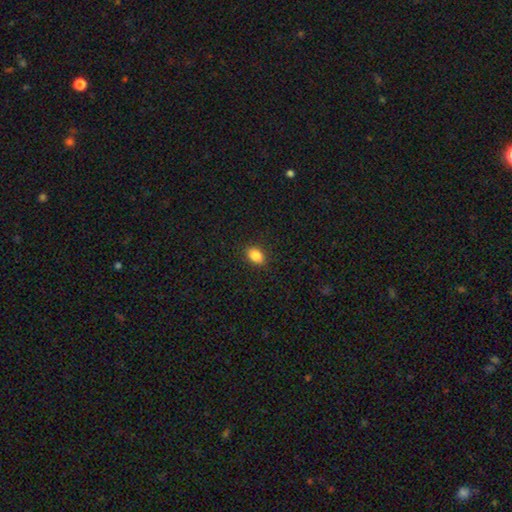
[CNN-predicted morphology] smooth_or_featured: smooth (p=0.86) [alt: star or artifact p=0.09]
how_rounded: in between (p=0.77) [alt: round p=0.22]
merging: none (p=0.89) [alt: minor disturbance p=0.08]